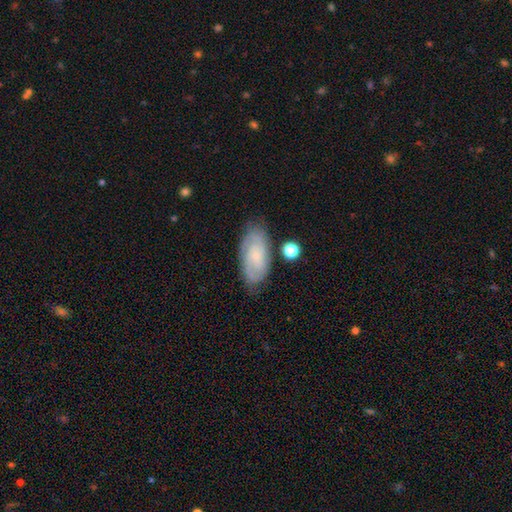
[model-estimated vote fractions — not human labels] This is likely a featured or disk galaxy (66%). It is clearly not viewed edge-on (94%). Bar: likely no (64%). Spiral arm pattern: clearly yes (91%). Spiral arm count: marginally 2 (38%). Spiral winding: likely tight (62%). Central bulge: likely small (71%). Merging: likely none (75%).